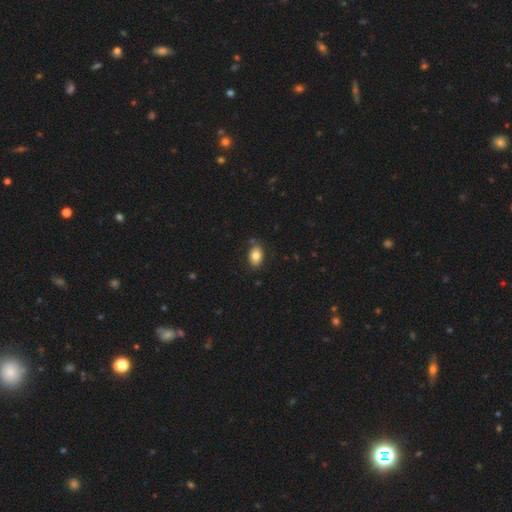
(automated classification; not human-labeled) This appears to be a smooth galaxy with no disk features (82%) that is in between round and cigar-shaped (87%). Merging: none (82%).